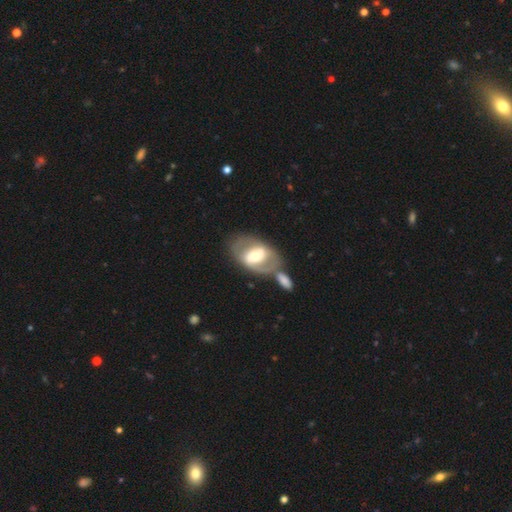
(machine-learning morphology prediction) A featured or disk galaxy (66%) with a weak bar (37%), spiral arms (59%) and a moderate central bulge (59%).

Vote fractions:
- Smooth or featured? featured or disk: 66% / smooth: 28% / star or artifact: 6%
- Edge-on disk? no: 94% / yes: 6%
- Bar? weak: 37% / strong: 35% / no: 28%
- Spiral arms? yes: 59% / no: 41%
- Bulge size? moderate: 59% / small: 21% / large: 17% / dominant: 2% / none: 1%
- Merging? none: 45% / merger: 30% / minor disturbance: 15% / major disturbance: 10%